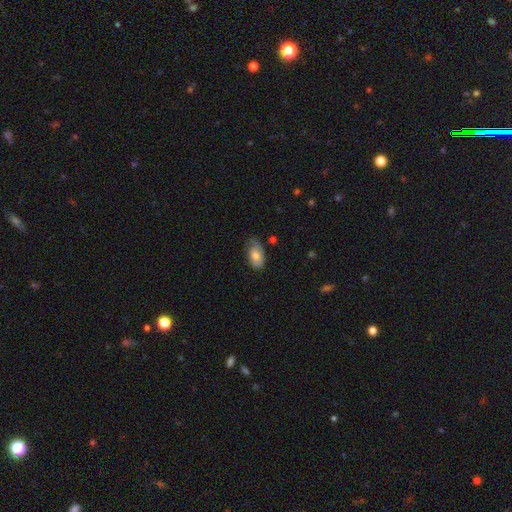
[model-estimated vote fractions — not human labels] A smooth galaxy with no disk features (72%) that is in between round and cigar-shaped (93%).

Vote fractions:
- Smooth or featured? smooth: 72% / featured or disk: 21% / star or artifact: 6%
- How rounded? in between: 93% / round: 5% / cigar-shaped: 2%
- Merging? none: 56% / minor disturbance: 33% / major disturbance: 9% / merger: 2%